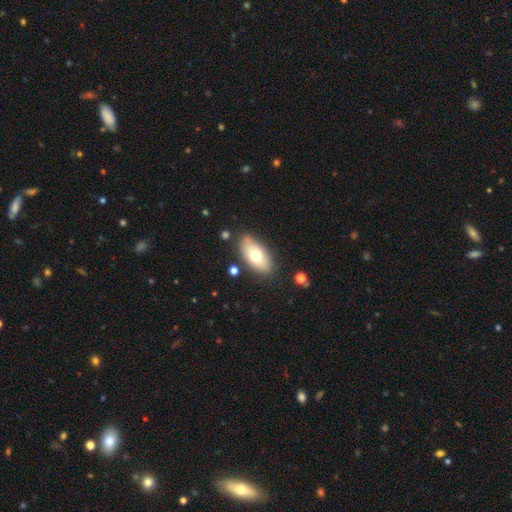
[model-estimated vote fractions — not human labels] The model was most divided on "smooth or featured": smooth: 68%, featured or disk: 25%, star or artifact: 7%. More confident: how rounded — in between (90%); merging — none (83%).